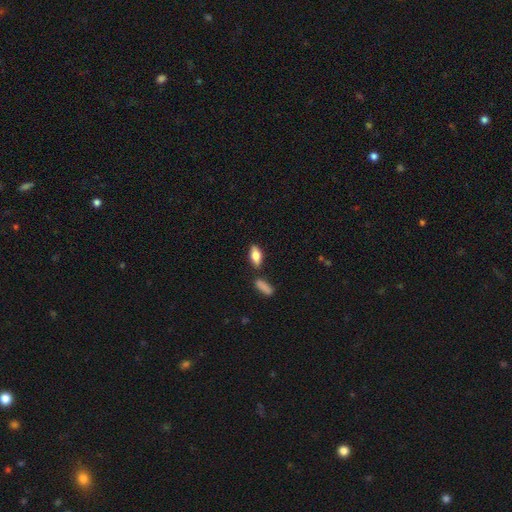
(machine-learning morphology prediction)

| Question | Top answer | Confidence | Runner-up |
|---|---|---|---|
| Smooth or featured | smooth | 74% | featured or disk (19%) |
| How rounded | in between | 81% | cigar-shaped (16%) |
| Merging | none | 75% | minor disturbance (12%) |